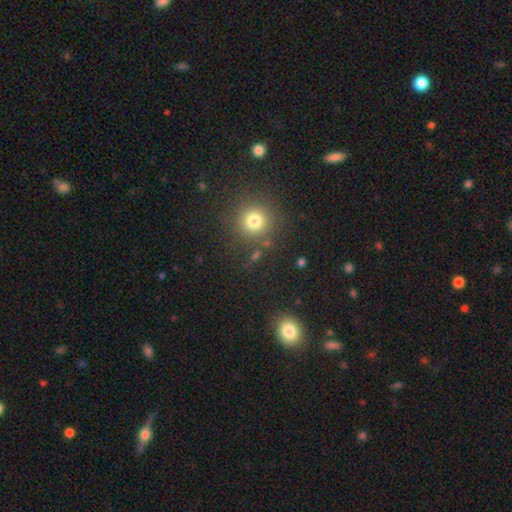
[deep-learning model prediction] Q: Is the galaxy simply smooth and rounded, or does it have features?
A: smooth — 71%.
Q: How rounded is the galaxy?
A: round — 91%.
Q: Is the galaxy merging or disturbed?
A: none — 86%.